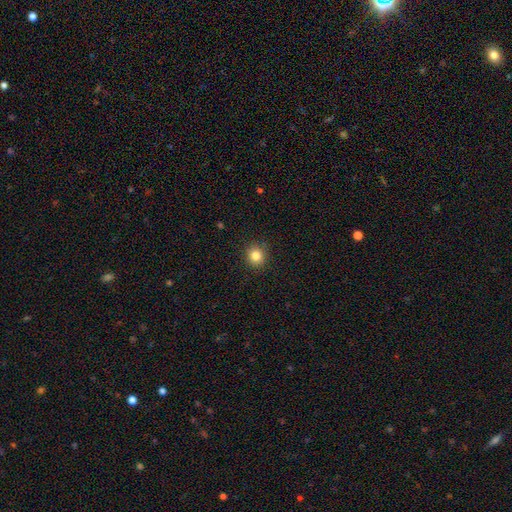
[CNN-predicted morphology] smooth-or-featured: smooth: 84% | star or artifact: 11% | featured or disk: 5%
  how-rounded: round: 88% | in between: 11% | cigar-shaped: 1%
  merging: none: 91% | minor disturbance: 6% | major disturbance: 2% | merger: 1%